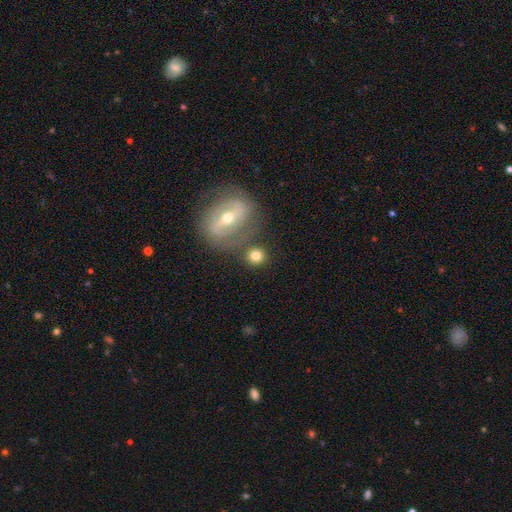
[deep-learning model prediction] A smooth galaxy with no disk features (71%) that is round (88%). Merging: none (73%).